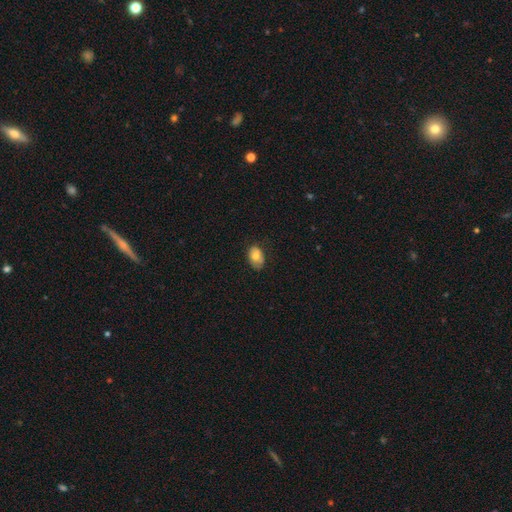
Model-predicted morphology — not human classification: Smooth or featured? smooth (68%)
How rounded? in between (83%)
Merging? none (71%)